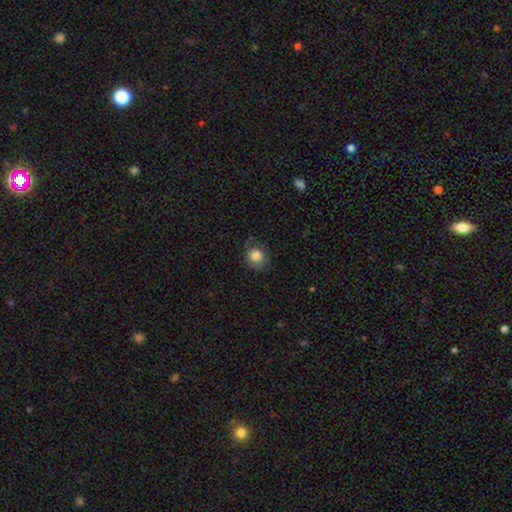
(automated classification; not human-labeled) Q: Smooth or featured?
A: smooth (81%); runner-up: featured or disk (10%)
Q: How rounded?
A: round (71%); runner-up: in between (28%)
Q: Merging?
A: none (67%); runner-up: minor disturbance (23%)